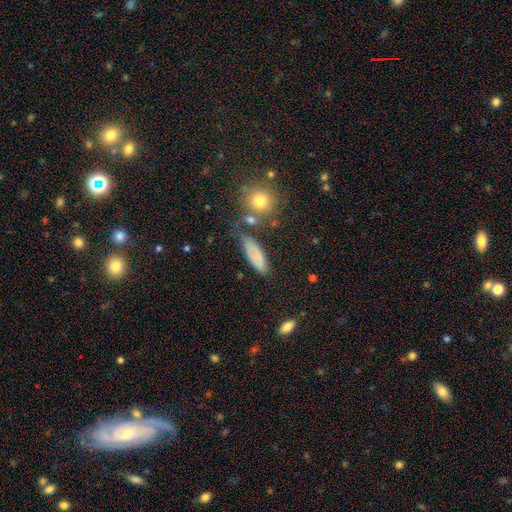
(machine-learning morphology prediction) Overall: smooth (72%). How rounded: in between (61%; cigar-shaped 35%). Merging: none (60%; minor disturbance 24%).